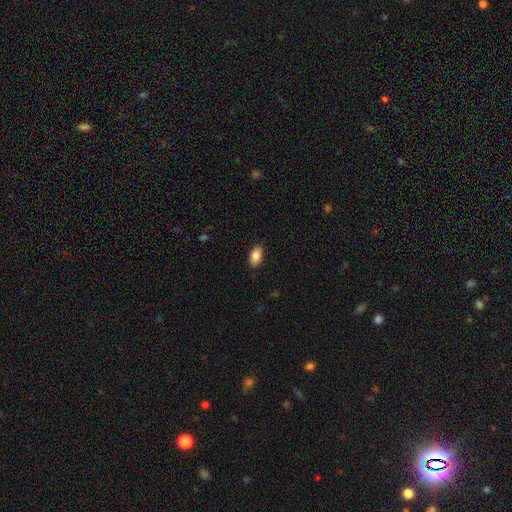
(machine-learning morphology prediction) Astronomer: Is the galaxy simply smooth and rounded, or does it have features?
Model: smooth — 87%.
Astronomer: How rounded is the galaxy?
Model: in between — 93%.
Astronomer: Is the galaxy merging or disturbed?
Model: none — 89%.